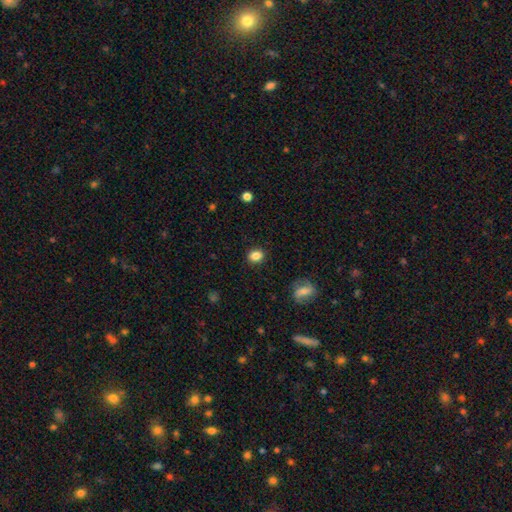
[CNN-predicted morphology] This appears to be a smooth galaxy with no disk features (85%) that is round (52%). Merging: none (87%).